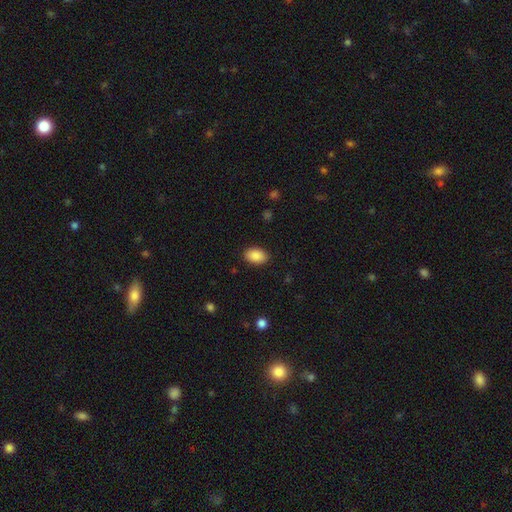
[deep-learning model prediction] smooth-or-featured: smooth: 89% | star or artifact: 7% | featured or disk: 4%
  how-rounded: in between: 89% | round: 10% | cigar-shaped: 1%
  merging: none: 88% | minor disturbance: 8% | major disturbance: 2% | merger: 1%